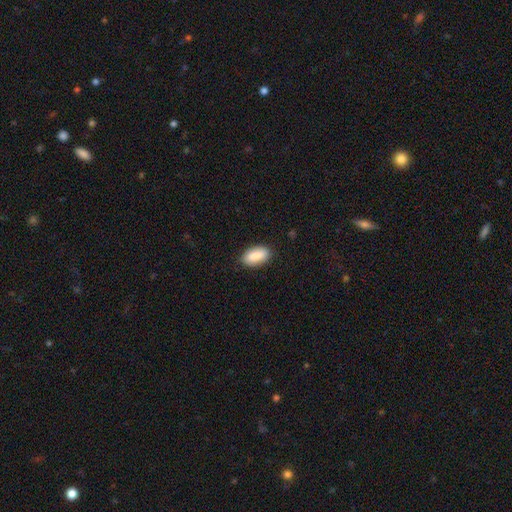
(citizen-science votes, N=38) A smooth galaxy with no disk features (87%) that is in between round and cigar-shaped (97%).

Vote fractions:
- Smooth or featured? smooth: 87% / featured or disk: 8% / star or artifact: 5%
- How rounded? in between: 97% / round: 3% / cigar-shaped: 0%
- Merging? none: 89% / minor disturbance: 8% / merger: 3% / major disturbance: 0%